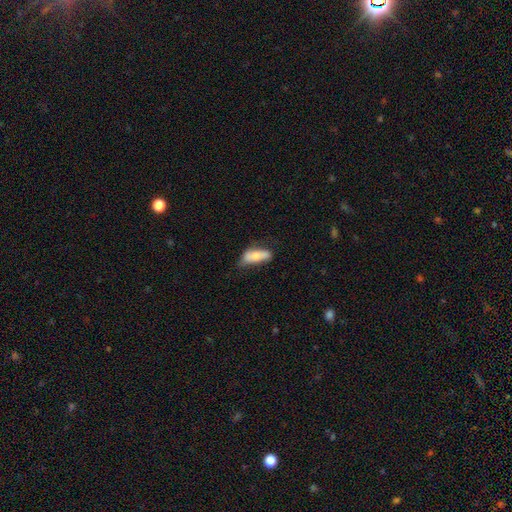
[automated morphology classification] This appears to be a smooth galaxy with no disk features (69%) that is in between round and cigar-shaped (72%). Merging: none (50%).